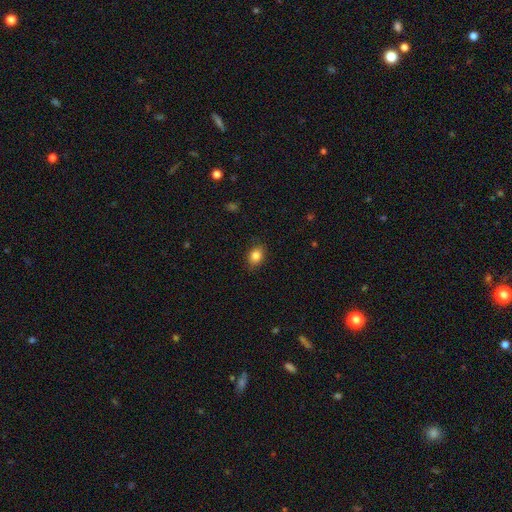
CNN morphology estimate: smooth-or-featured: smooth: 84% | star or artifact: 9% | featured or disk: 7%
  how-rounded: in between: 68% | round: 31% | cigar-shaped: 1%
  merging: none: 84% | minor disturbance: 12% | major disturbance: 3% | merger: 1%